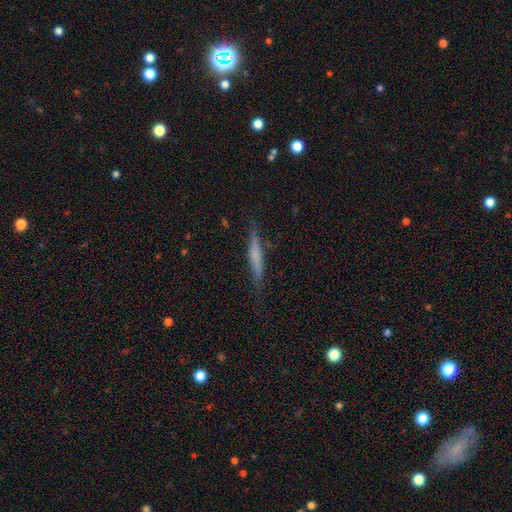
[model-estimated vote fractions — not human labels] Smooth or featured?
  - smooth: 47% *
  - featured or disk: 46%
  - star or artifact: 7%
Merging?
  - none: 80% *
  - minor disturbance: 15%
  - major disturbance: 4%
  - merger: 2%